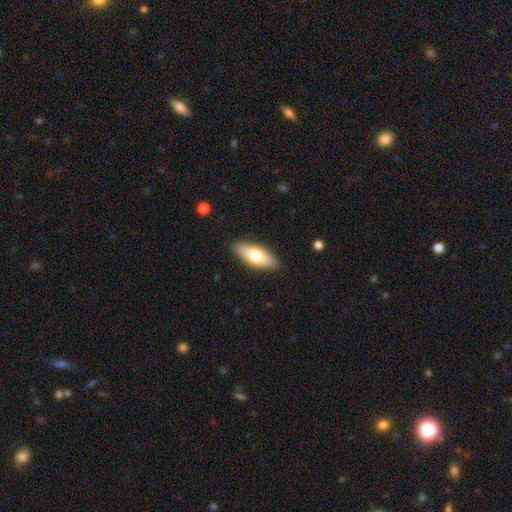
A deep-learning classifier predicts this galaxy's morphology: smooth 69%, featured or disk 26%, star or artifact 6%. Down the decision tree: how rounded — in between (73%); merging — none (88%).